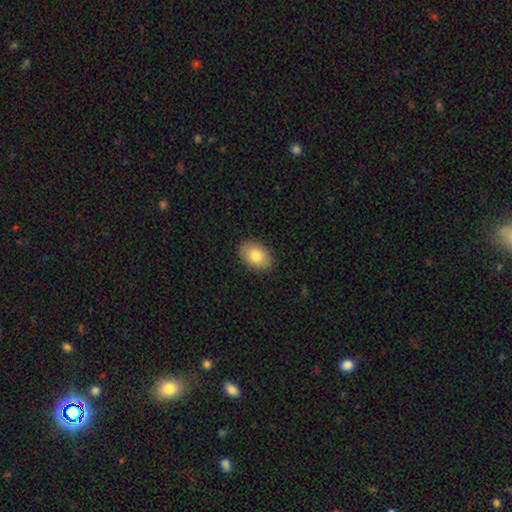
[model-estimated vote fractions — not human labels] Morphology: type=smooth (83%); roundness=in between (84%); merging=none (89%).